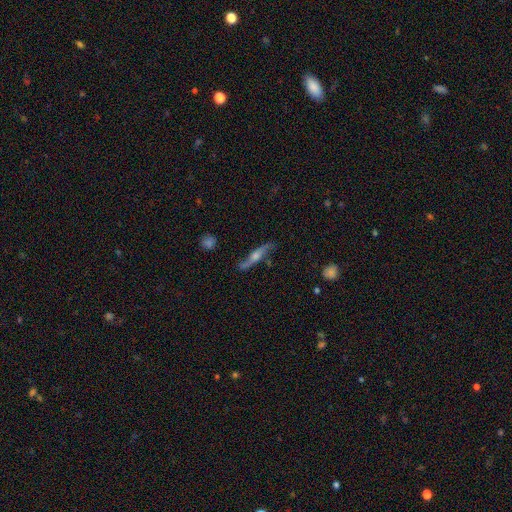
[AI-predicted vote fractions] This is likely a featured or disk galaxy (74%). It is likely viewed edge-on (73%). Edge-on bulge: clearly rounded (86%). Merging: likely none (74%).